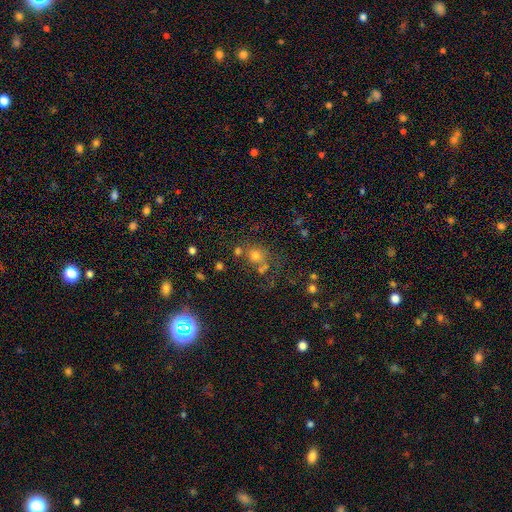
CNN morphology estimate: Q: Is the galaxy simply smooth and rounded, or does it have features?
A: smooth — 61%.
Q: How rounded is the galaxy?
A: round — 80%.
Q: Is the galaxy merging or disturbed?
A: none — 56%.